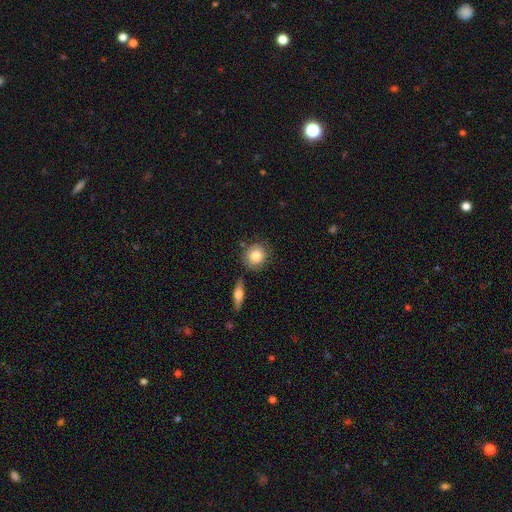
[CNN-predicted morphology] Smooth or featured?
  - smooth: 82% *
  - featured or disk: 11%
  - star or artifact: 7%
How rounded?
  - round: 84% *
  - in between: 14%
  - cigar-shaped: 2%
Merging?
  - none: 77% *
  - minor disturbance: 12%
  - merger: 8%
  - major disturbance: 3%